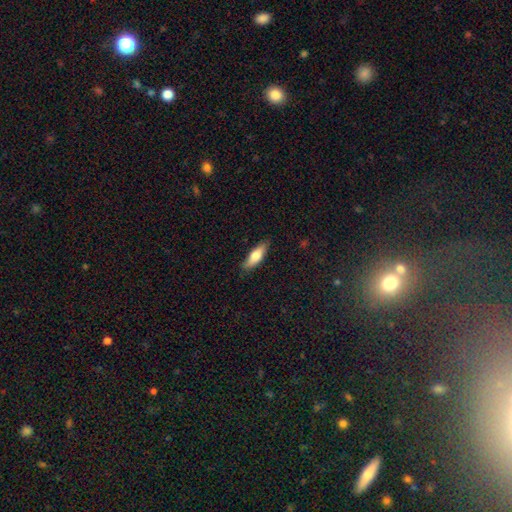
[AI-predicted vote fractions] The model was most divided on "how rounded": in between: 54%, cigar-shaped: 43%, round: 2%. More confident: merging — none (83%); smooth or featured — smooth (71%).